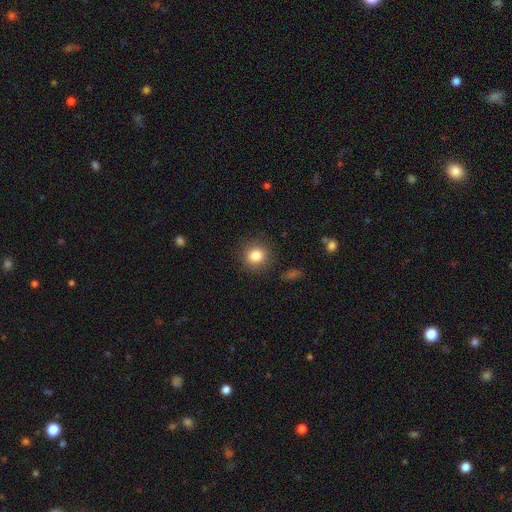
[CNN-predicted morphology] smooth 84%, star or artifact 10%, featured or disk 6%. Down the decision tree: how rounded — round (87%); merging — none (87%).